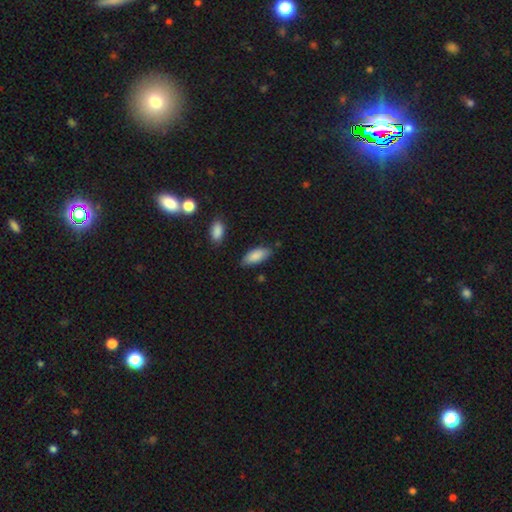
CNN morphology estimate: Smooth or featured? Predicted: smooth (p=0.86). How rounded? Predicted: in between (p=0.82). Merging? Predicted: none (p=0.77).